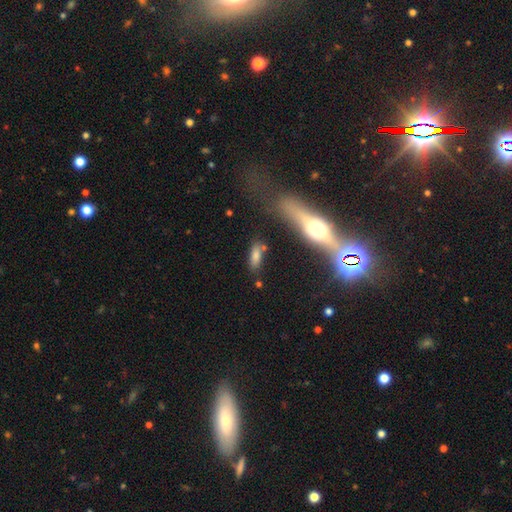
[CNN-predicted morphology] The model was most divided on "how rounded": in between: 62%, cigar-shaped: 35%, round: 4%. More confident: smooth or featured — smooth (76%); merging — none (70%).